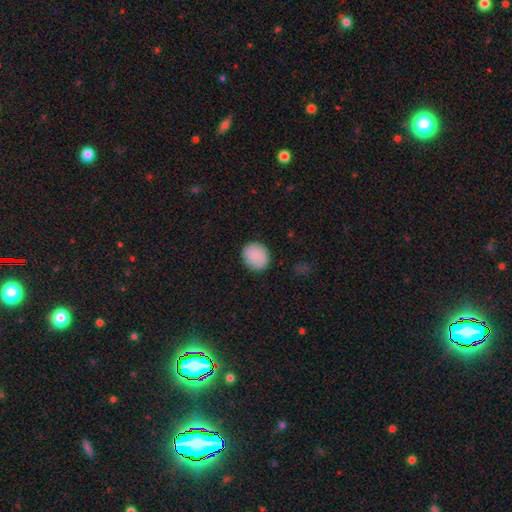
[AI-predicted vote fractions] A smooth galaxy with no disk features (87%) that is round (81%).

Vote fractions:
- Smooth or featured? smooth: 87% / star or artifact: 7% / featured or disk: 6%
- How rounded? round: 81% / in between: 18% / cigar-shaped: 1%
- Merging? none: 89% / minor disturbance: 8% / major disturbance: 2% / merger: 1%